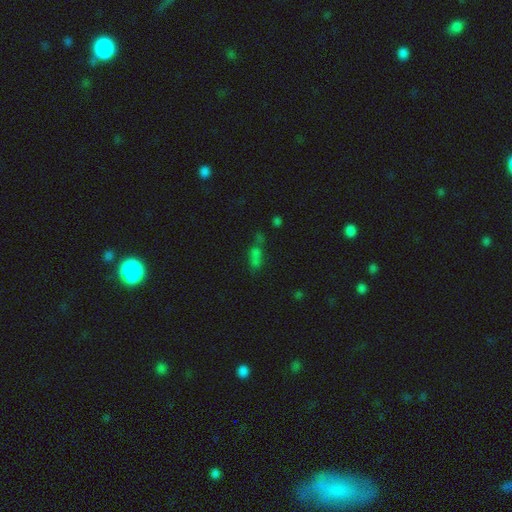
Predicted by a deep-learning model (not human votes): A smooth galaxy with no disk features (58%) that is in between round and cigar-shaped (62%). Merging: none (43%).